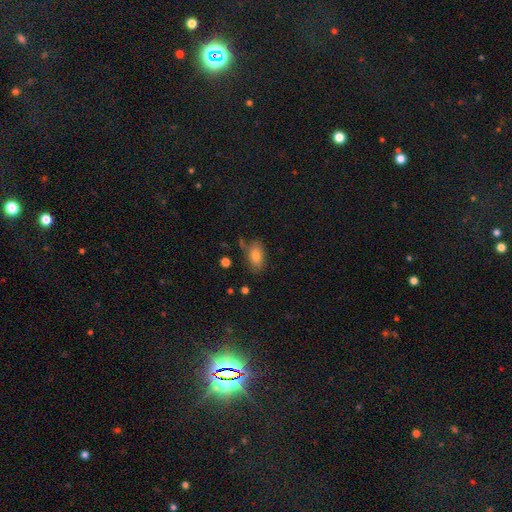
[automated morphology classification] Smooth or featured? Predicted: smooth (p=0.79). How rounded? Predicted: in between (p=0.89). Merging? Predicted: none (p=0.71).